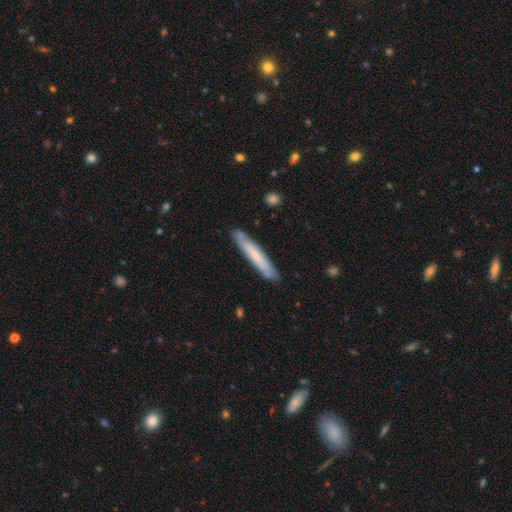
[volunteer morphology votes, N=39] Smooth or featured? 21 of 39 (54%) said smooth. How rounded? 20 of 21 (95%) said cigar-shaped. Merging? 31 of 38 (82%) said none.